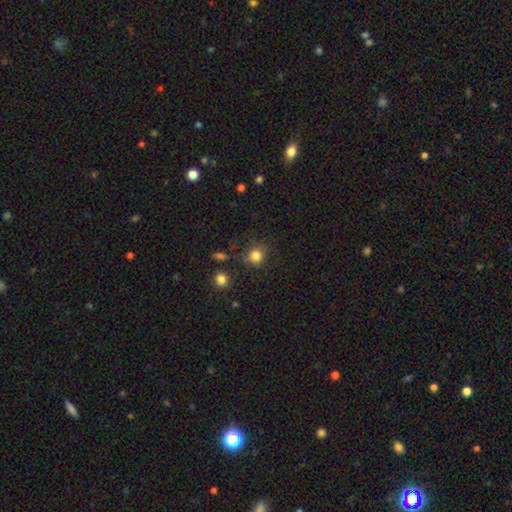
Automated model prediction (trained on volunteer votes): Morphology: type=smooth (82%); roundness=round (85%); merging=none (79%).